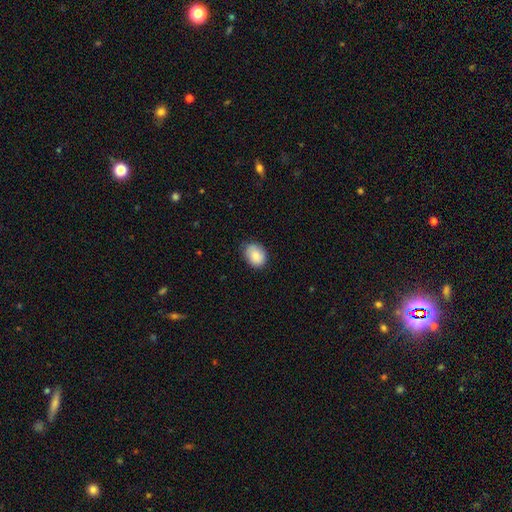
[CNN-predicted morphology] A smooth galaxy with no disk features (83%) that is in between round and cigar-shaped (53%). Merging: none (79%).